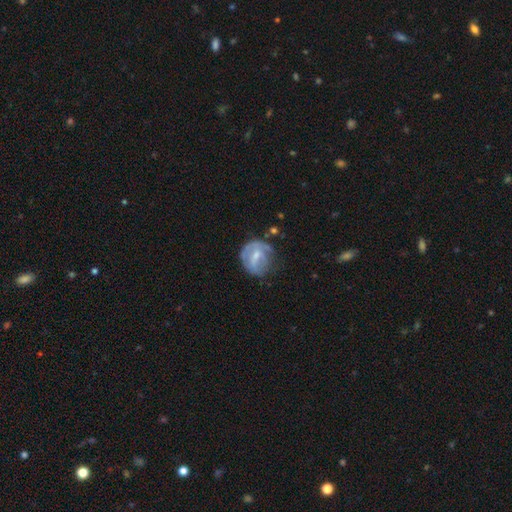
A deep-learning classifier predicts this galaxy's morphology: featured or disk 53%, smooth 39%, star or artifact 7%. Down the decision tree: edge-on disk — no (96%); bar — weak (48%); spiral arms — no (52%); bulge size — small (44%); merging — none (50%).